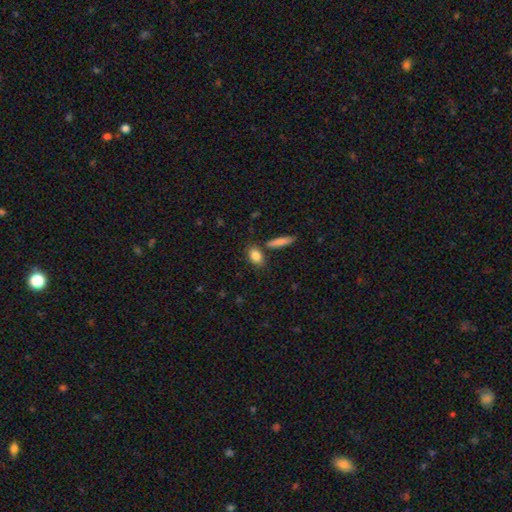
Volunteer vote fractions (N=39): Volunteers were most divided on "how rounded": in between: 68%, round: 24%, cigar-shaped: 8%. More confident: smooth or featured — smooth (97%); merging — none (72%).